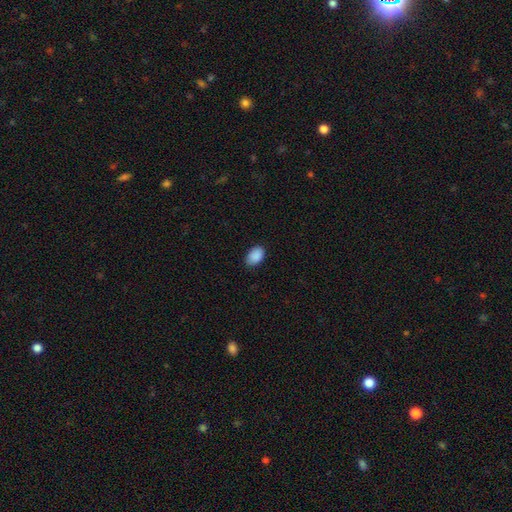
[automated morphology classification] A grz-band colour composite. It shows a smooth galaxy with no disk features (90%) that is in between round and cigar-shaped (91%). Merging: none (84%).